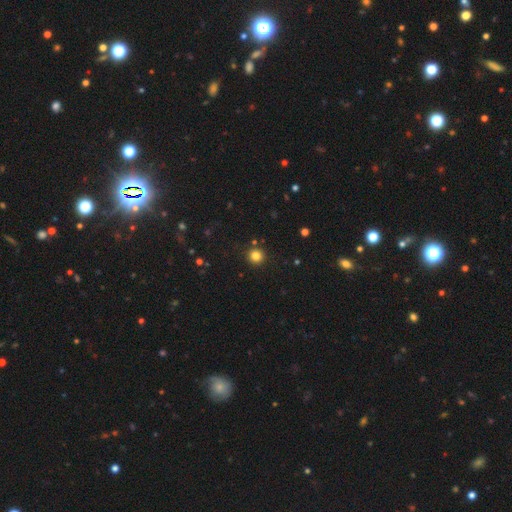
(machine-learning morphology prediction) This appears to be a smooth galaxy with no disk features (82%) that is round (94%). Merging: none (90%).